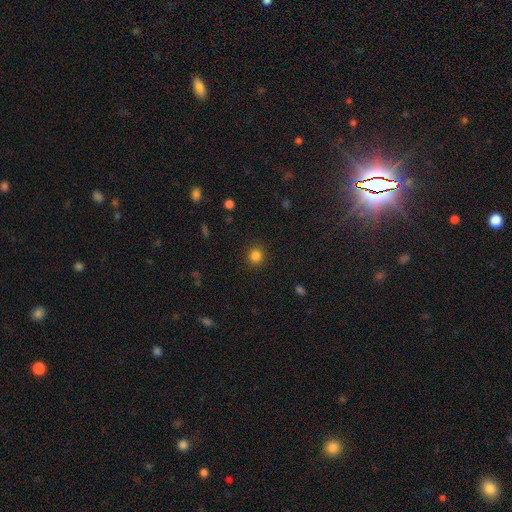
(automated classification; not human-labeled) Morphology: type=smooth (83%); roundness=round (91%); merging=none (91%).